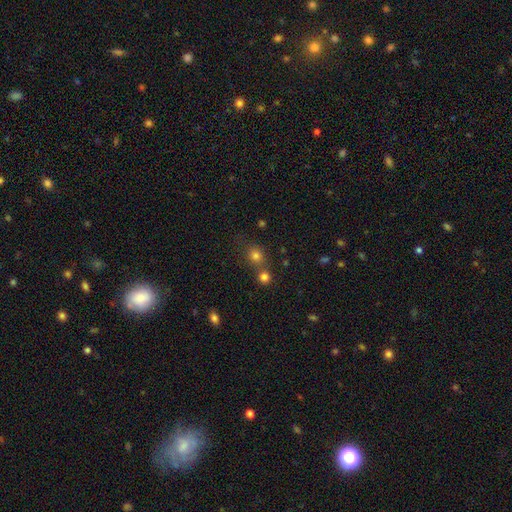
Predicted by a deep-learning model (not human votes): A smooth galaxy with no disk features (76%) that is round (81%).

Vote fractions:
- Smooth or featured? smooth: 76% / star or artifact: 17% / featured or disk: 7%
- How rounded? round: 81% / in between: 18% / cigar-shaped: 1%
- Merging? none: 59% / merger: 28% / minor disturbance: 9% / major disturbance: 4%